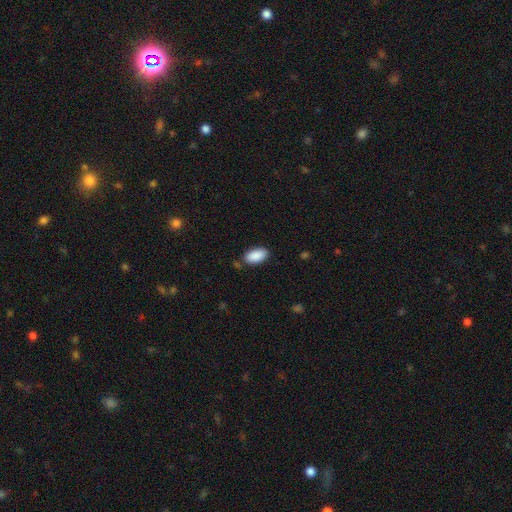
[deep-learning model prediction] Smooth or featured? smooth (90%)
How rounded? in between (94%)
Merging? none (82%)